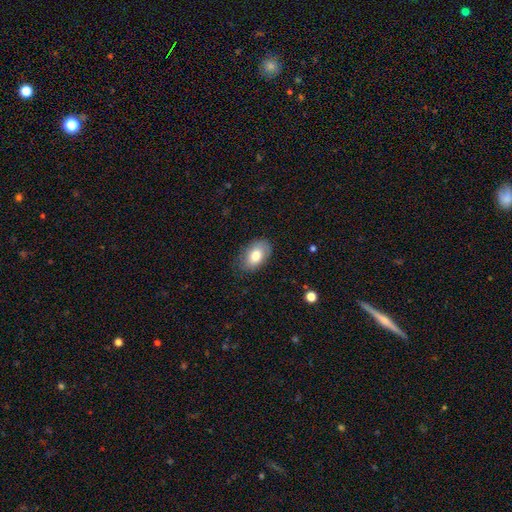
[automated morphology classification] Smooth or featured: smooth — 78% (featured or disk — 15%)
How rounded: in between — 90% (round — 9%)
Merging: none — 77% (minor disturbance — 17%)